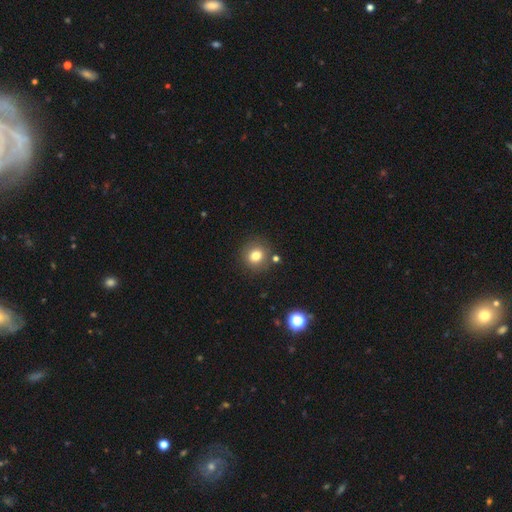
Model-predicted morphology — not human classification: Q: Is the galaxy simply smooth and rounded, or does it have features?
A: smooth — 78%.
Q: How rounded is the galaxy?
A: round — 87%.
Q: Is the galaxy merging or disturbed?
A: none — 84%.